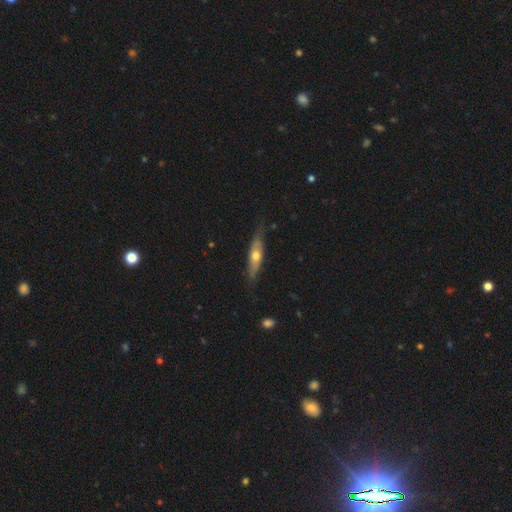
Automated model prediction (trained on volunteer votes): A featured or disk galaxy (52%) viewed edge-on (76%). Merging: none (75%).